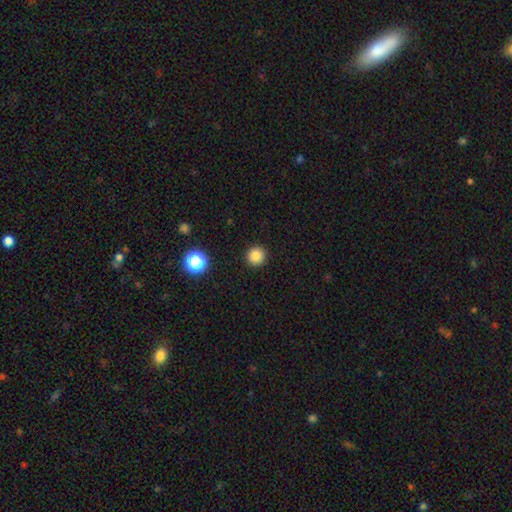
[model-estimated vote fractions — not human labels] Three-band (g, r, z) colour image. It shows a smooth galaxy with no disk features (84%) that is round (94%). Merging: none (93%).